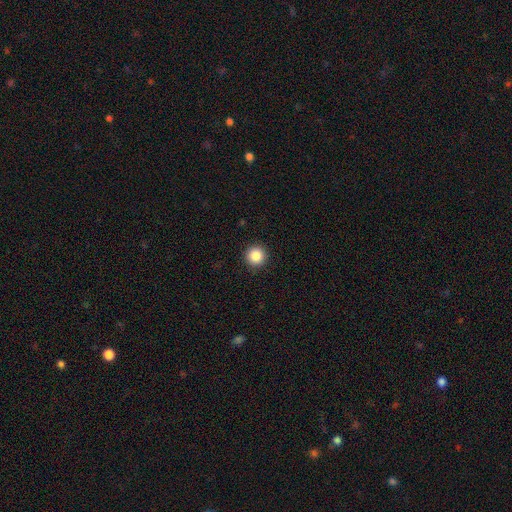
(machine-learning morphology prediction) type=smooth (87%); roundness=round (96%); merging=none (93%).